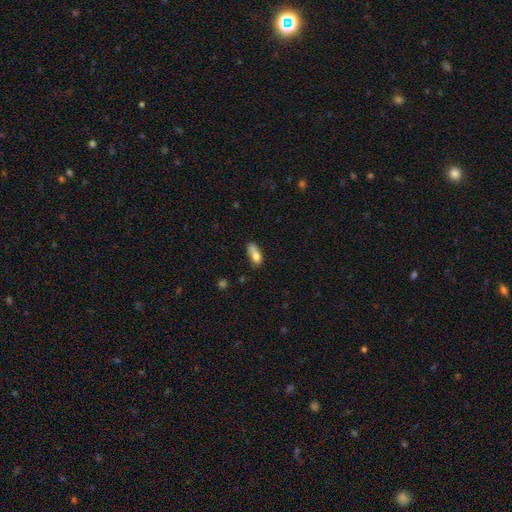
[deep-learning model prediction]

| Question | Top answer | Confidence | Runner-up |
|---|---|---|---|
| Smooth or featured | smooth | 76% | featured or disk (15%) |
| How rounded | in between | 78% | cigar-shaped (18%) |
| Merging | none | 40% | minor disturbance (33%) |